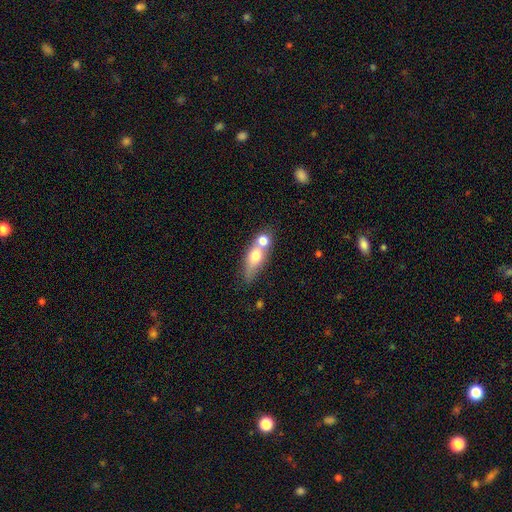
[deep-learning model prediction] This is likely a smooth galaxy (62%). How rounded: possibly in between (56%). Merging: possibly merger (56%).